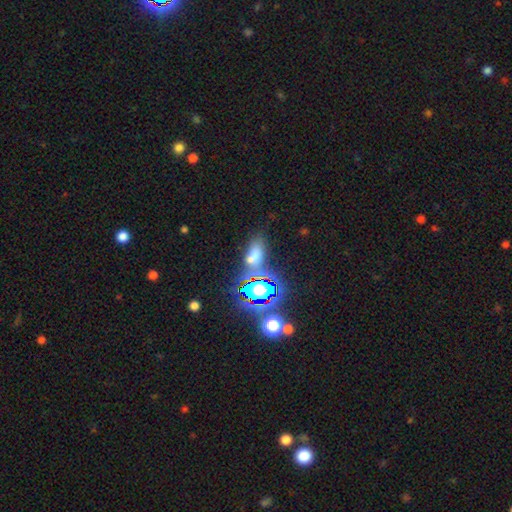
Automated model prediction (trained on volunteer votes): smooth-or-featured: smooth: 53% | star or artifact: 34% | featured or disk: 13%
  how-rounded: in between: 81% | round: 11% | cigar-shaped: 8%
  merging: none: 51% | merger: 24% | minor disturbance: 15% | major disturbance: 9%